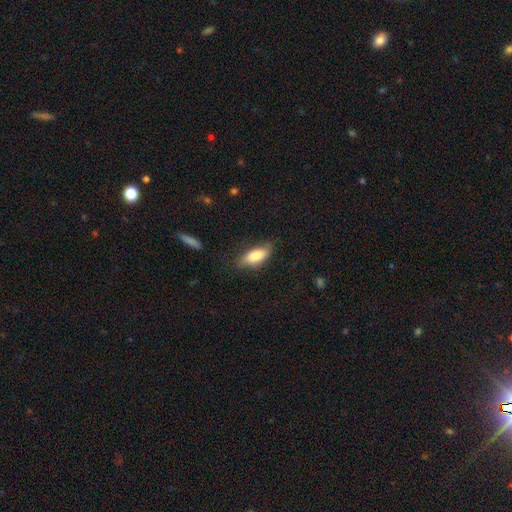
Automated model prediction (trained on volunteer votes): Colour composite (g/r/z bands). It shows a smooth galaxy with no disk features (76%) that is in between round and cigar-shaped (81%). Merging: none (71%).